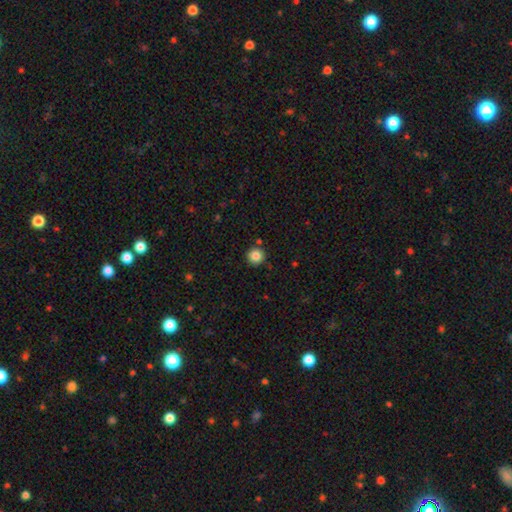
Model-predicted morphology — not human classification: smooth-or-featured: smooth: 85% | star or artifact: 10% | featured or disk: 4%
  how-rounded: round: 95% | in between: 4% | cigar-shaped: 1%
  merging: none: 88% | minor disturbance: 7% | merger: 3% | major disturbance: 2%